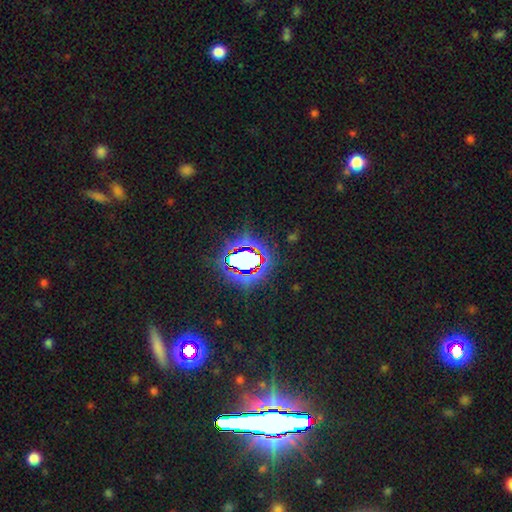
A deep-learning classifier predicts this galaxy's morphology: smooth-or-featured: star or artifact: 82% | smooth: 9% | featured or disk: 9%